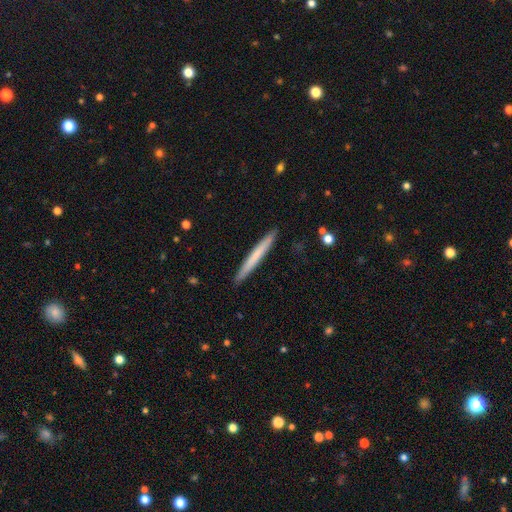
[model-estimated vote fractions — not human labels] A smooth galaxy with no disk features (65%) that is cigar-shaped (97%). Merging: none (92%).